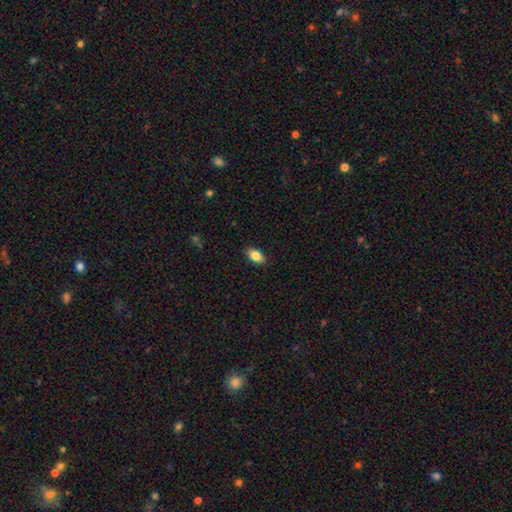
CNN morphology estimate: smooth-or-featured: smooth: 84% | featured or disk: 8% | star or artifact: 8%
  how-rounded: in between: 89% | round: 7% | cigar-shaped: 3%
  merging: none: 88% | minor disturbance: 9% | major disturbance: 2% | merger: 1%